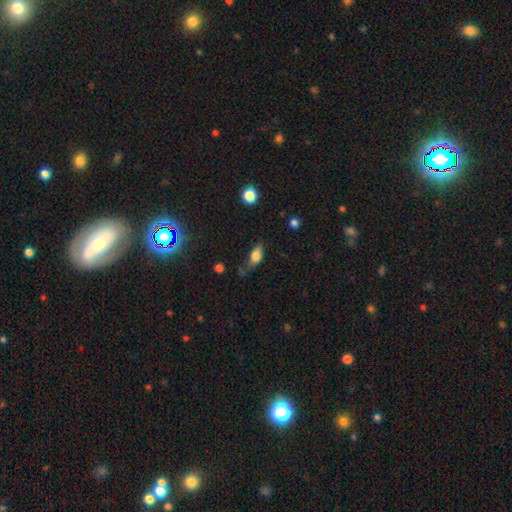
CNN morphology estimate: Smooth or featured: smooth — 74% (featured or disk — 16%)
How rounded: in between — 81% (cigar-shaped — 11%)
Merging: none — 53% (minor disturbance — 31%)